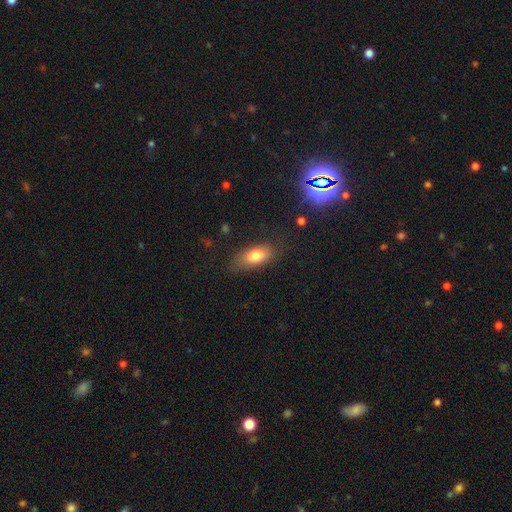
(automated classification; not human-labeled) Smooth or featured: smooth — 78% (featured or disk — 15%)
How rounded: in between — 84% (cigar-shaped — 11%)
Merging: none — 75% (minor disturbance — 18%)